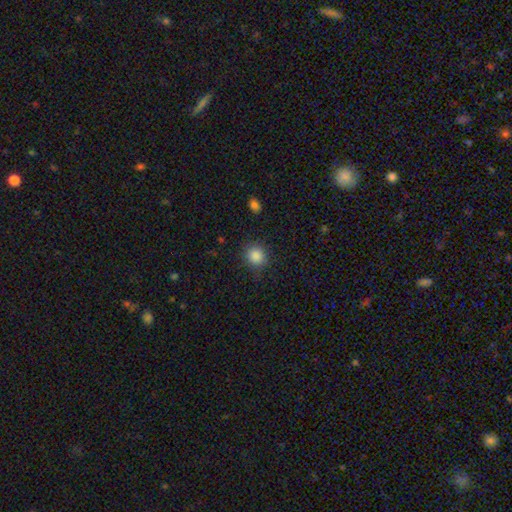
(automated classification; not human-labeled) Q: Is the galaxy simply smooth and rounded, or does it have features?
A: smooth — 87%.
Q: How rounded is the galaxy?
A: round — 87%.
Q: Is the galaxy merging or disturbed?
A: none — 86%.